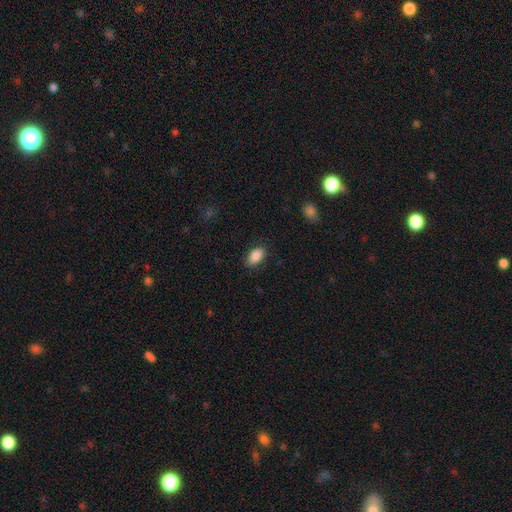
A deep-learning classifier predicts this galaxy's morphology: A smooth galaxy with no disk features (88%) that is in between round and cigar-shaped (92%). Merging: none (85%).